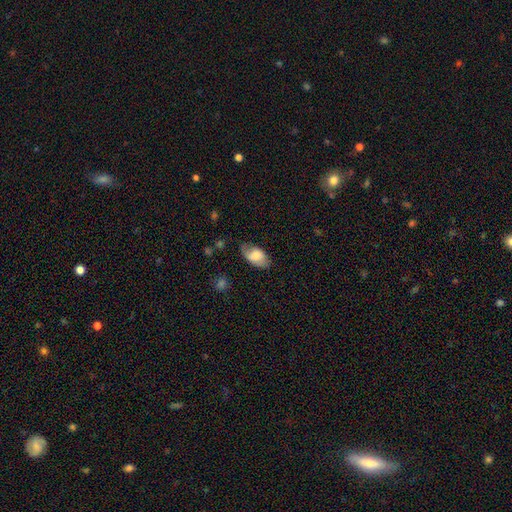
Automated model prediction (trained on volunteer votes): A smooth galaxy with no disk features (68%) that is in between round and cigar-shaped (93%). Merging: none (66%).